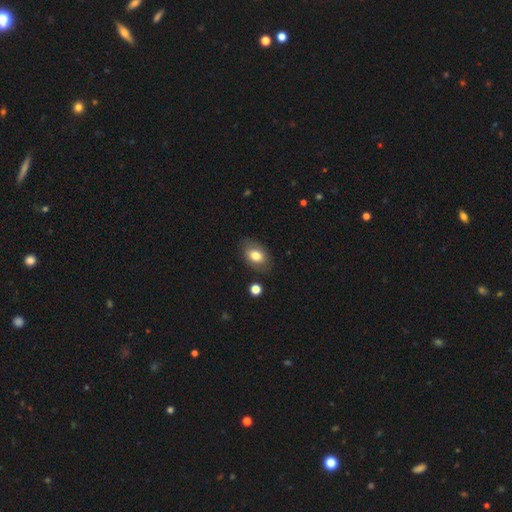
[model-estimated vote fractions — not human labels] smooth-or-featured: smooth: 75% | featured or disk: 16% | star or artifact: 8%
  how-rounded: in between: 84% | round: 15% | cigar-shaped: 1%
  merging: none: 81% | minor disturbance: 13% | major disturbance: 4% | merger: 2%